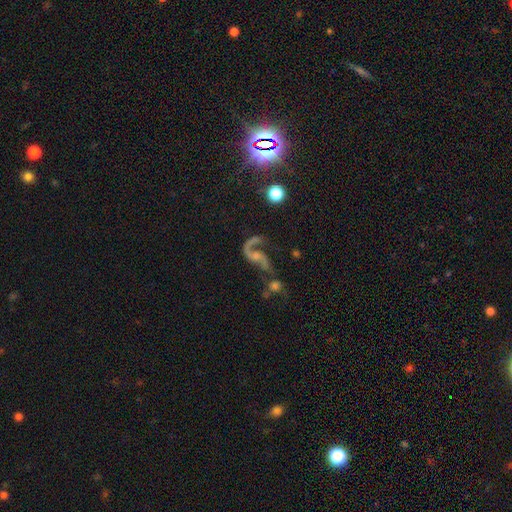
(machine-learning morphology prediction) The model was most divided on "merging": none: 34%, merger: 28%, major disturbance: 23%, minor disturbance: 14%. Remaining: edge-on disk — no (95%); spiral arms — yes (91%); smooth or featured — featured or disk (77%); spiral arm count — 2 (71%); spiral winding — loose (70%); bar — no (54%); bulge size — small (48%).